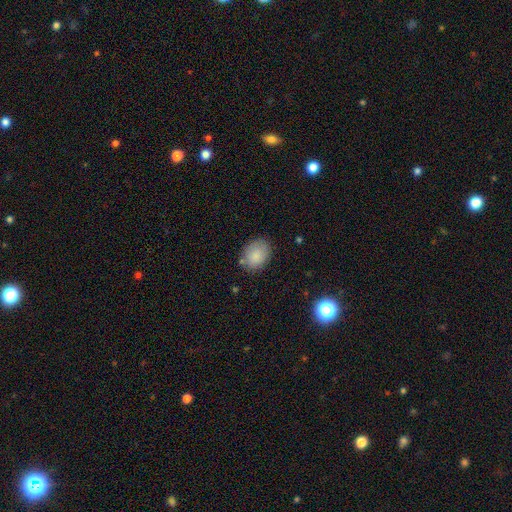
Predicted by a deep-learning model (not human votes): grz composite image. It shows a smooth galaxy with no disk features (85%) that is in between round and cigar-shaped (65%). Merging: none (77%).